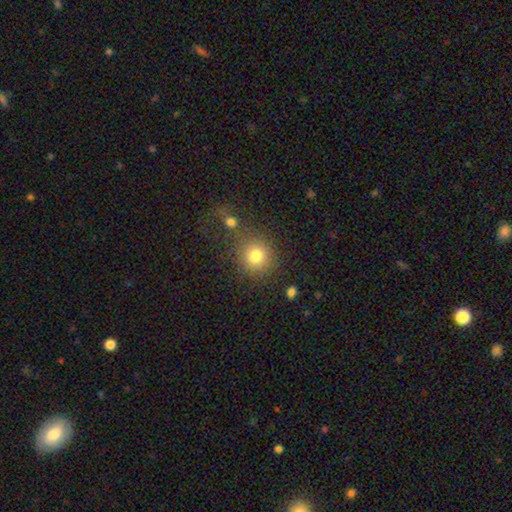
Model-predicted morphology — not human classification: This appears to be a smooth galaxy with no disk features (79%) that is round (89%). Merging: none (74%).